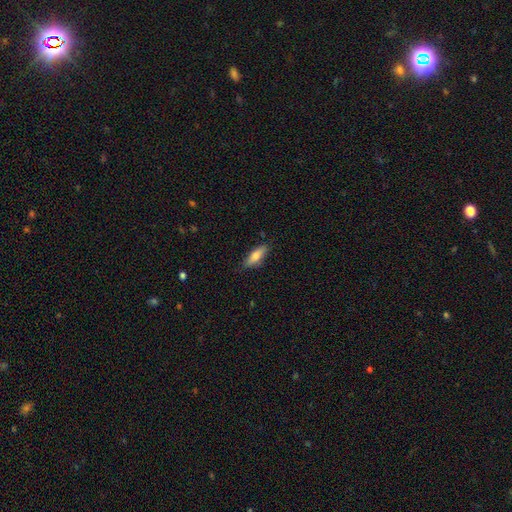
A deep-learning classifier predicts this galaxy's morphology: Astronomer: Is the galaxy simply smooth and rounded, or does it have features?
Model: smooth — 75%.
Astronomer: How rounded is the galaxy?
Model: in between — 60% (runner-up: cigar-shaped, 38%).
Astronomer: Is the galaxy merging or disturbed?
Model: none — 82%.